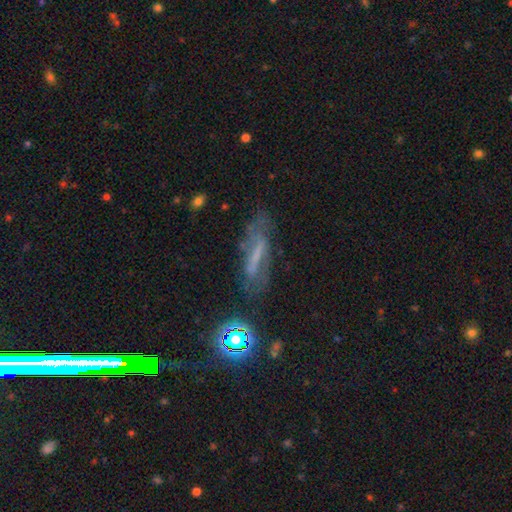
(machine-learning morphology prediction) Smooth or featured?
  - featured or disk: 51% *
  - smooth: 29%
  - star or artifact: 20%
Edge-on disk?
  - no: 68% *
  - yes: 32%
Merging?
  - none: 63% *
  - minor disturbance: 21%
  - major disturbance: 13%
  - merger: 3%